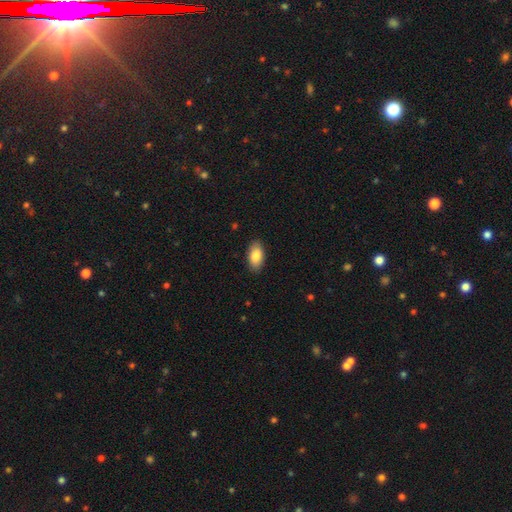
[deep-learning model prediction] smooth-or-featured: smooth: 86% | featured or disk: 8% | star or artifact: 6%
  how-rounded: in between: 93% | cigar-shaped: 4% | round: 3%
  merging: none: 88% | minor disturbance: 9% | major disturbance: 2% | merger: 1%